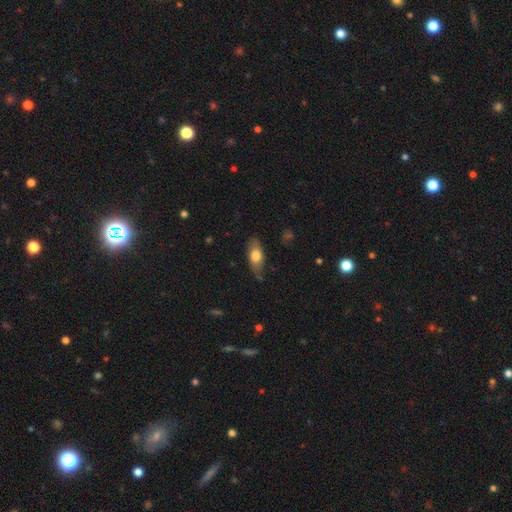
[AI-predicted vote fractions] The model was most divided on "smooth or featured": smooth: 70%, featured or disk: 24%, star or artifact: 7%. More confident: how rounded — in between (80%); merging — none (75%).